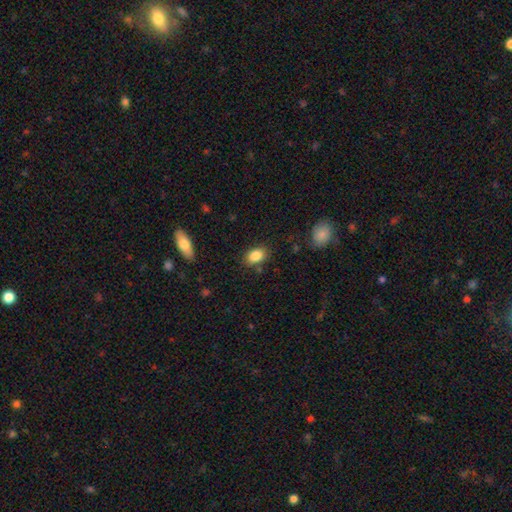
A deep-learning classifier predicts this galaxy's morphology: The model was most divided on "how rounded": in between: 83%, round: 15%, cigar-shaped: 2%. More confident: smooth or featured — smooth (86%); merging — none (82%).